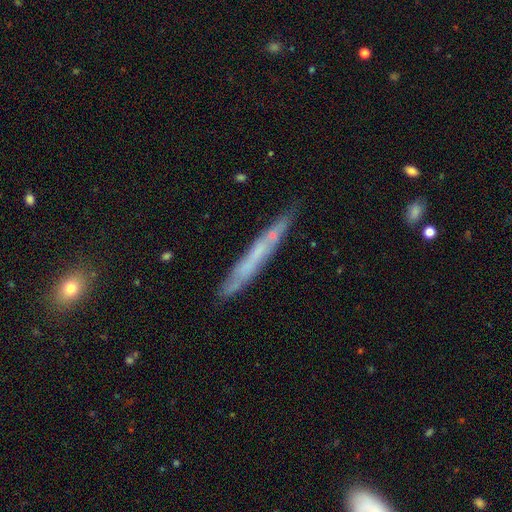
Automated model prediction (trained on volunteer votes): smooth-or-featured: featured or disk: 53% | smooth: 39% | star or artifact: 8%
  disk-edge-on: yes: 84% | no: 16%
  merging: none: 79% | minor disturbance: 16% | major disturbance: 3% | merger: 2%